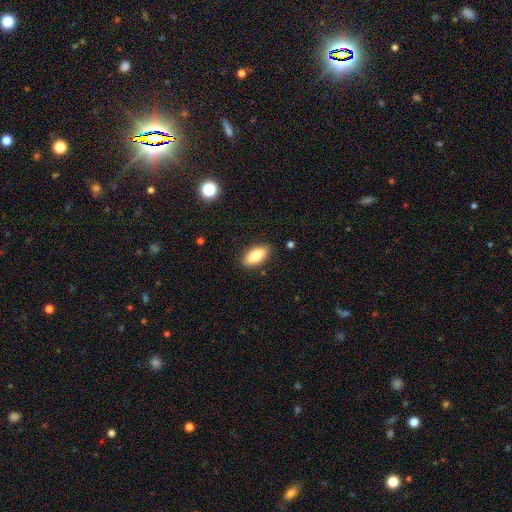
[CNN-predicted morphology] This is clearly a smooth galaxy (82%). How rounded: clearly in between (87%). Merging: clearly none (87%).